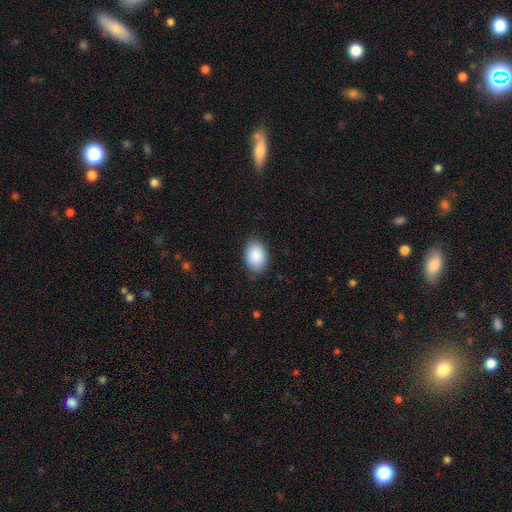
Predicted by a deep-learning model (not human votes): Overall: smooth (89%). How rounded: in between (85%). Merging: none (83%).